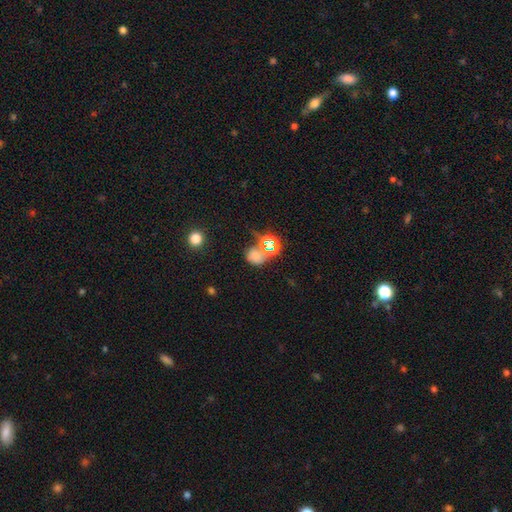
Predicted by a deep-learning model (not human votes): Q: Smooth or featured?
A: smooth (57%); runner-up: star or artifact (31%)
Q: How rounded?
A: round (64%); runner-up: in between (35%)
Q: Merging?
A: none (49%); runner-up: merger (23%)